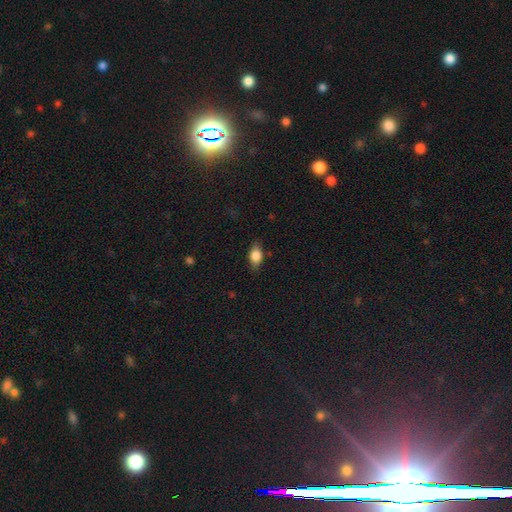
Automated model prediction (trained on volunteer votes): A smooth galaxy with no disk features (80%) that is in between round and cigar-shaped (83%). Merging: none (79%).